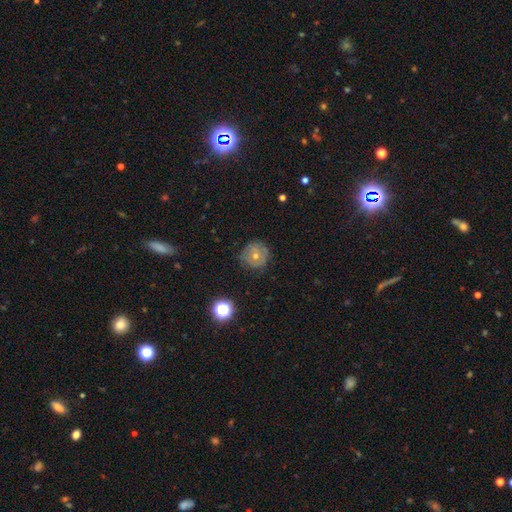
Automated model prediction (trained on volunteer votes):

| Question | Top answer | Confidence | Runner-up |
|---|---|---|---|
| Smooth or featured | featured or disk | 41% | smooth (40%) |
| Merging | none | 80% | minor disturbance (14%) |